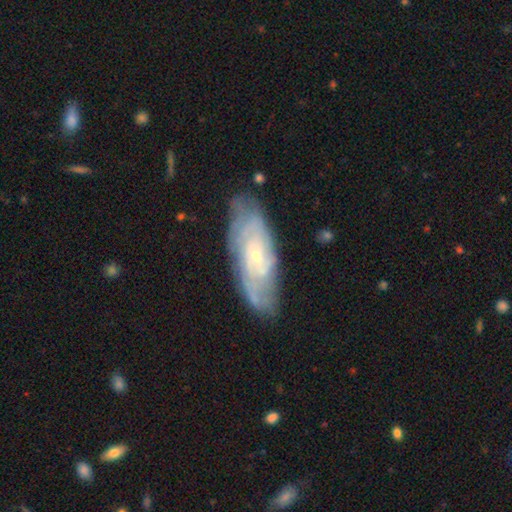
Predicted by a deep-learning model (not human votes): Smooth or featured?
  - featured or disk: 75% *
  - smooth: 19%
  - star or artifact: 6%
Edge-on disk?
  - no: 88% *
  - yes: 12%
Bar?
  - no: 66% *
  - weak: 28%
  - strong: 6%
Spiral arms?
  - yes: 86% *
  - no: 14%
Spiral winding?
  - tight: 64% *
  - medium: 28%
  - loose: 8%
Spiral arm count?
  - can't tell: 57% *
  - 2: 18%
  - 3: 10%
  - 4: 8%
  - more than 4: 4%
  - 1: 4%
Bulge size?
  - small: 77% *
  - moderate: 19%
  - none: 2%
  - large: 1%
  - dominant: 1%
Merging?
  - none: 73% *
  - minor disturbance: 19%
  - major disturbance: 6%
  - merger: 2%